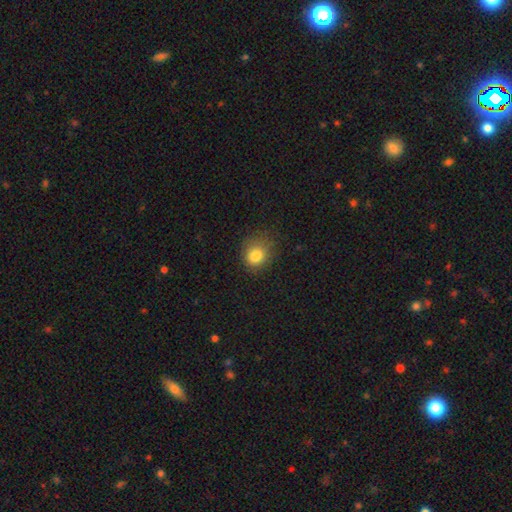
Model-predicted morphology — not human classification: Smooth or featured: smooth — 81% (star or artifact — 11%)
How rounded: round — 61% (in between — 38%)
Merging: none — 65% (minor disturbance — 23%)